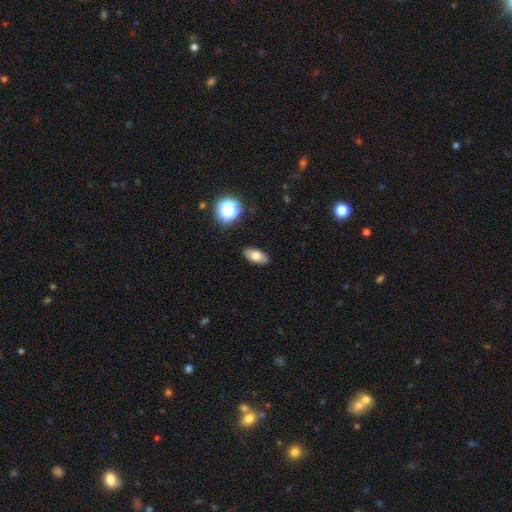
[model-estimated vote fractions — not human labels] smooth 75%, featured or disk 15%, star or artifact 10%. Down the decision tree: how rounded — in between (88%); merging — none (88%).